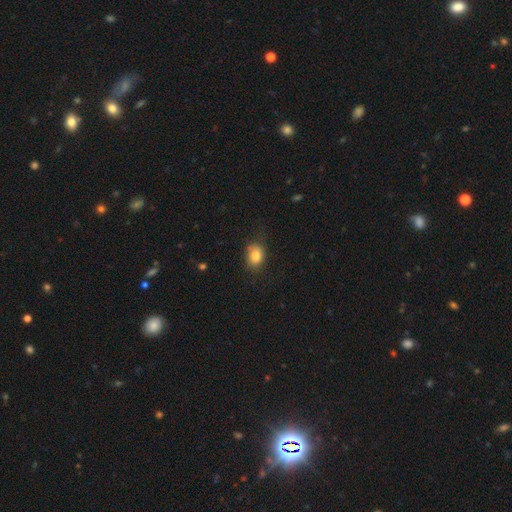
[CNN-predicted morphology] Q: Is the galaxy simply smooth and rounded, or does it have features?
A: smooth — 84%.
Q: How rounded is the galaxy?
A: in between — 59%.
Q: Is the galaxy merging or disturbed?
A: none — 67%.